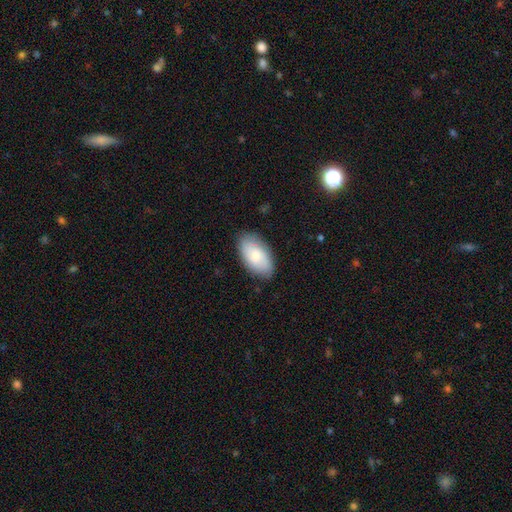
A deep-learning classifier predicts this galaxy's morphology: This appears to be a smooth galaxy with no disk features (72%) that is in between round and cigar-shaped (95%). Merging: none (82%).